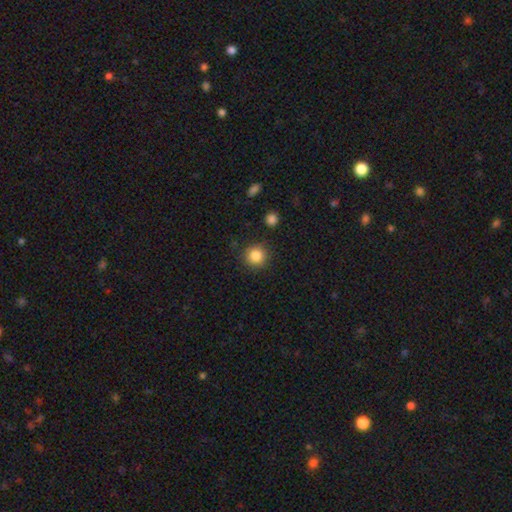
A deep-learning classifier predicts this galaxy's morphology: smooth_or_featured: smooth (p=0.85) [alt: star or artifact p=0.10]
how_rounded: round (p=0.93) [alt: in between p=0.06]
merging: none (p=0.87) [alt: minor disturbance p=0.08]